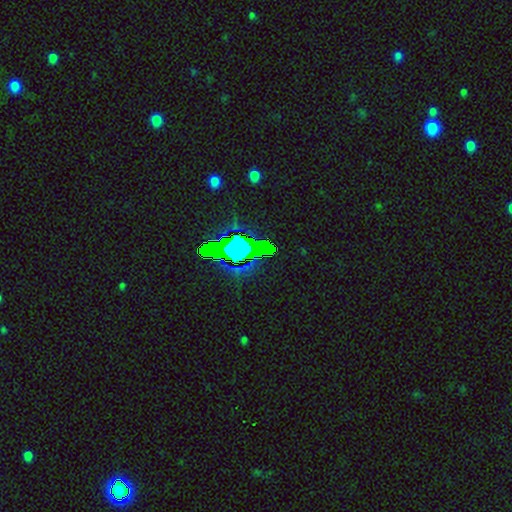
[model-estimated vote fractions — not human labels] star or artifact 74%, featured or disk 13%, smooth 12%.